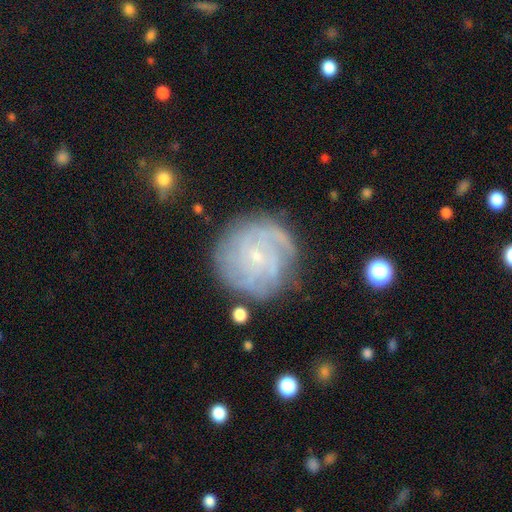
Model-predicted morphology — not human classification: featured or disk 79%, smooth 14%, star or artifact 8%. Down the decision tree: edge-on disk — no (98%); bar — no (73%); spiral arms — yes (94%); spiral arm count — can't tell (35%); spiral winding — tight (70%); bulge size — small (85%); merging — none (78%).